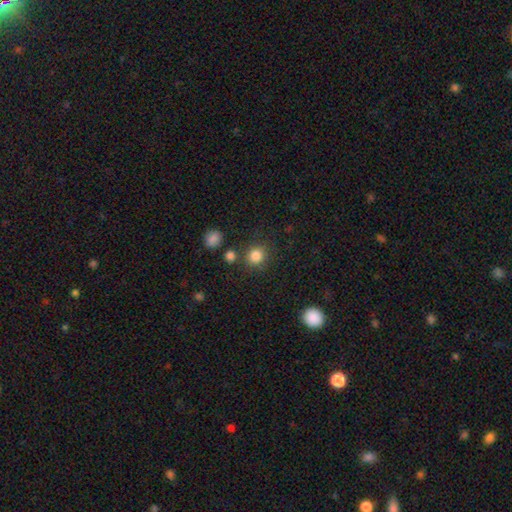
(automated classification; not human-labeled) Smooth or featured?
  - smooth: 84% *
  - star or artifact: 12%
  - featured or disk: 4%
How rounded?
  - round: 89% *
  - in between: 10%
  - cigar-shaped: 1%
Merging?
  - none: 81% *
  - minor disturbance: 9%
  - merger: 7%
  - major disturbance: 4%